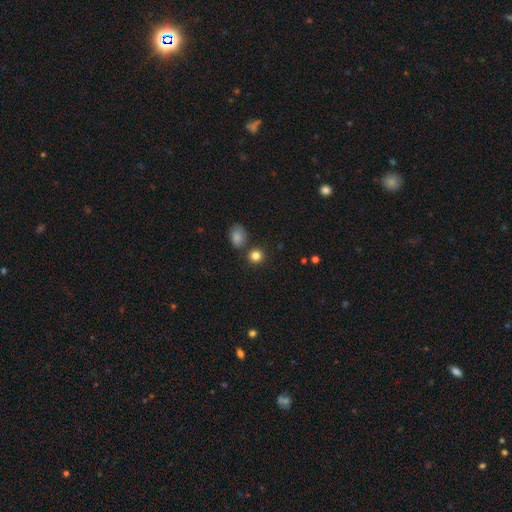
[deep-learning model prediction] smooth 84%, star or artifact 12%, featured or disk 5%. Down the decision tree: how rounded — round (85%); merging — none (81%).